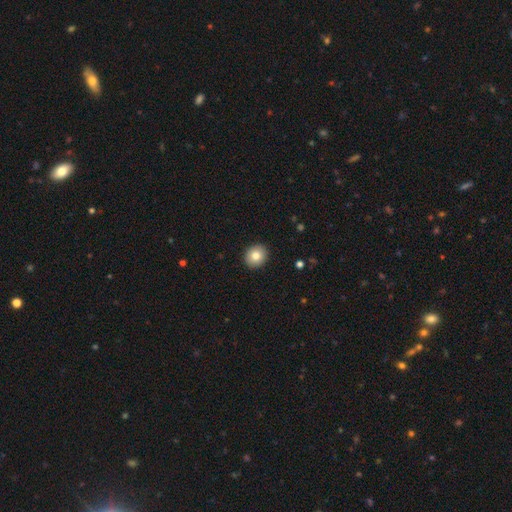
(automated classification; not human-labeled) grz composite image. It shows a smooth galaxy with no disk features (81%) that is round (72%). Merging: none (92%).